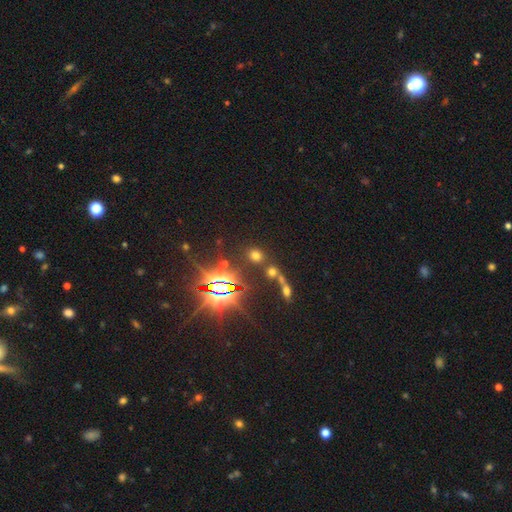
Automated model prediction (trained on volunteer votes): smooth 53%, star or artifact 38%, featured or disk 9%. Down the decision tree: how rounded — round (66%); merging — none (74%).